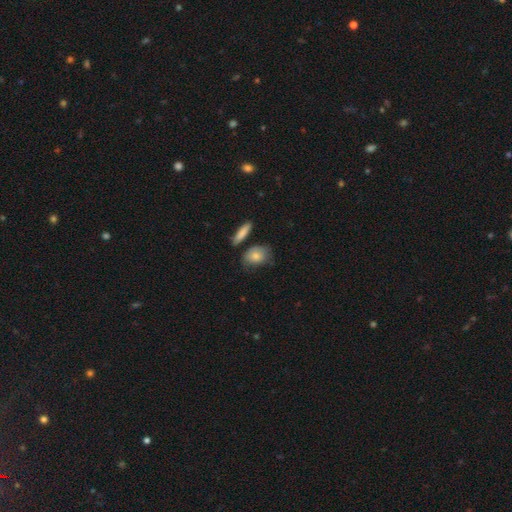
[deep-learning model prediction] Q: Smooth or featured?
A: smooth (77%); runner-up: featured or disk (16%)
Q: How rounded?
A: in between (73%); runner-up: round (23%)
Q: Merging?
A: none (60%); runner-up: minor disturbance (25%)